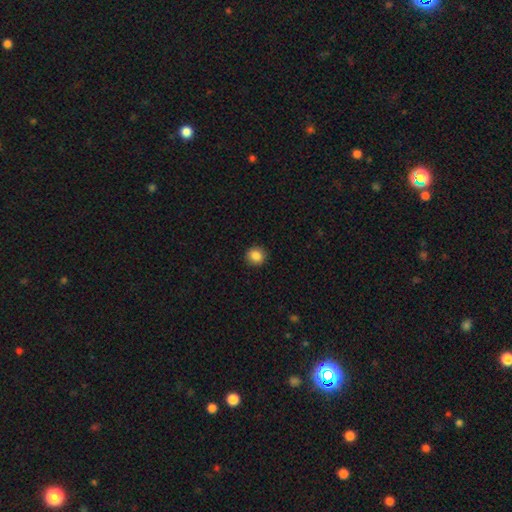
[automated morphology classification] Smooth or featured: smooth — 86% (star or artifact — 10%)
How rounded: round — 90% (in between — 9%)
Merging: none — 91% (minor disturbance — 6%)